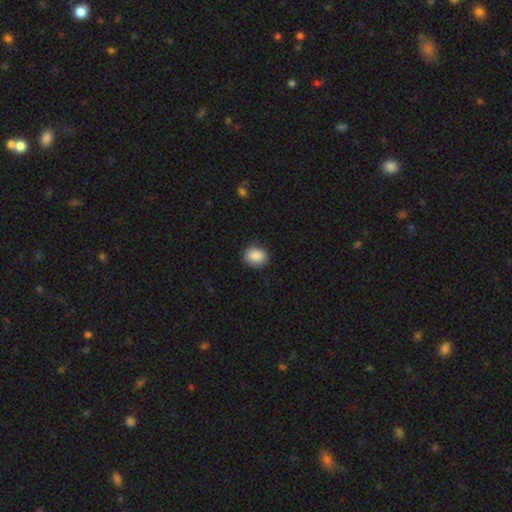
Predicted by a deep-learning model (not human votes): Smooth or featured: smooth — 87% (star or artifact — 8%)
How rounded: round — 55% (in between — 44%)
Merging: none — 83% (minor disturbance — 13%)